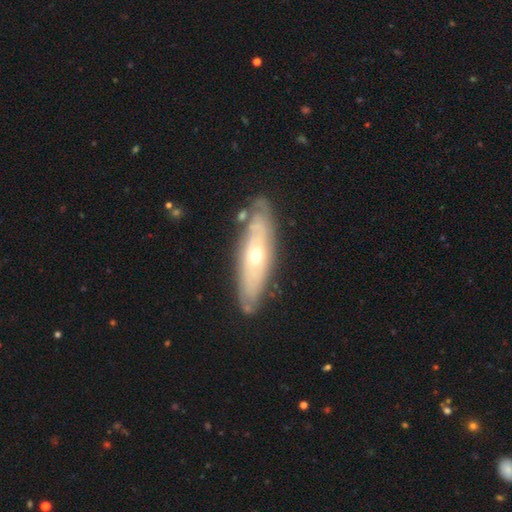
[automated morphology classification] Smooth or featured: featured or disk — 72% (smooth — 23%)
Edge-on disk: no — 67% (yes — 33%)
Merging: none — 79% (minor disturbance — 15%)